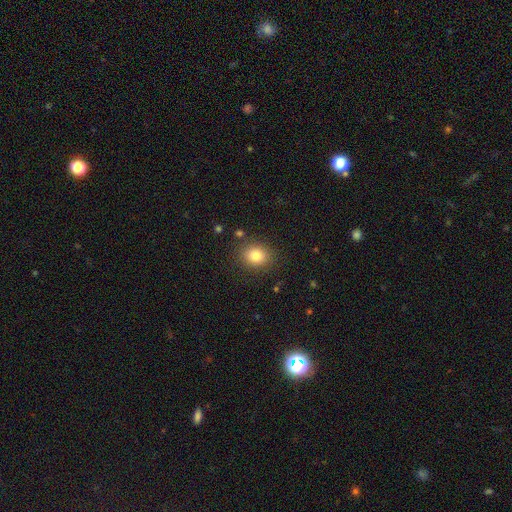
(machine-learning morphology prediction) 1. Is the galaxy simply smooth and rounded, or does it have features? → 82% smooth, 11% star or artifact, 7% featured or disk.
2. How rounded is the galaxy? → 61% round, 38% in between, 1% cigar-shaped.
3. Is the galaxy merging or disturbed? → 86% none, 9% minor disturbance, 3% major disturbance, 2% merger.